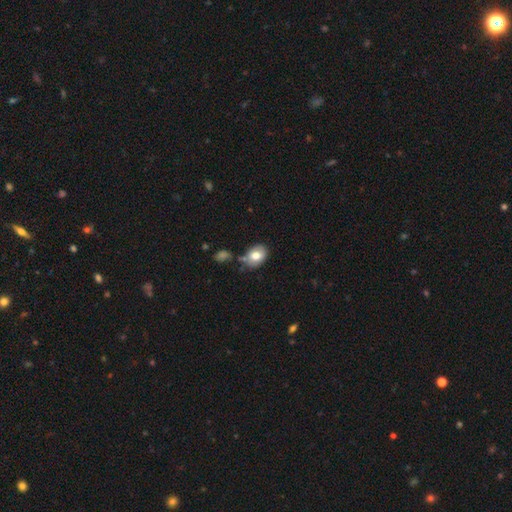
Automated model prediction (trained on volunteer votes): Smooth or featured? smooth (77%)
How rounded? in between (63%)
Merging? none (58%)